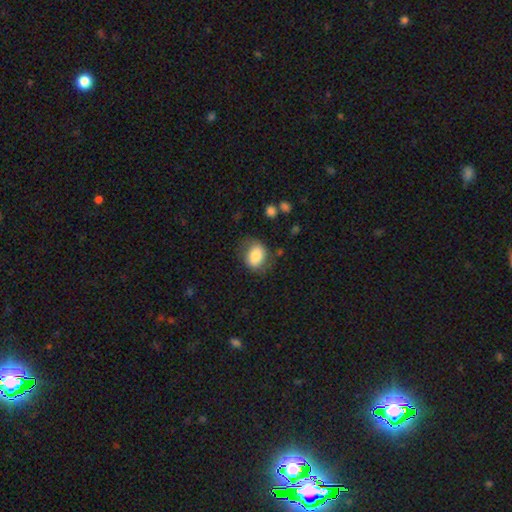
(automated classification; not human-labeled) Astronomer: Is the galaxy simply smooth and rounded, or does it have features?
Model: smooth — 79%.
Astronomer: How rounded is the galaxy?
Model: in between — 62% (runner-up: round, 37%).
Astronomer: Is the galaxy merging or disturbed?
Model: none — 69%.